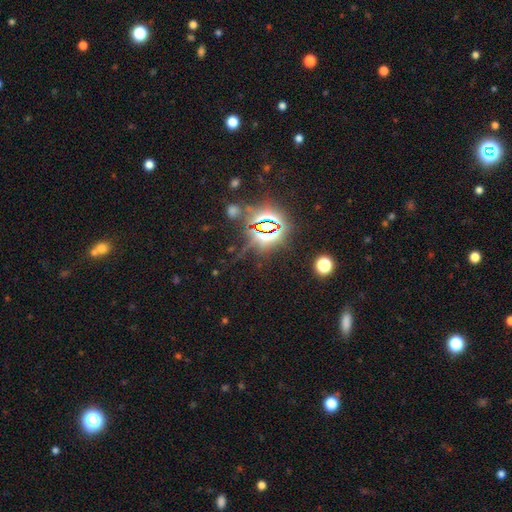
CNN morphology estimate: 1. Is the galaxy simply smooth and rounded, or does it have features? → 84% star or artifact, 10% smooth, 6% featured or disk.